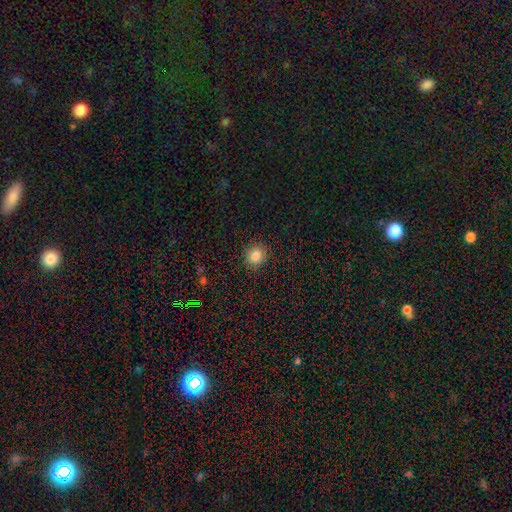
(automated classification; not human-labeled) smooth-or-featured: smooth: 83% | star or artifact: 11% | featured or disk: 5%
  how-rounded: round: 84% | in between: 15% | cigar-shaped: 1%
  merging: none: 89% | minor disturbance: 7% | major disturbance: 2% | merger: 1%